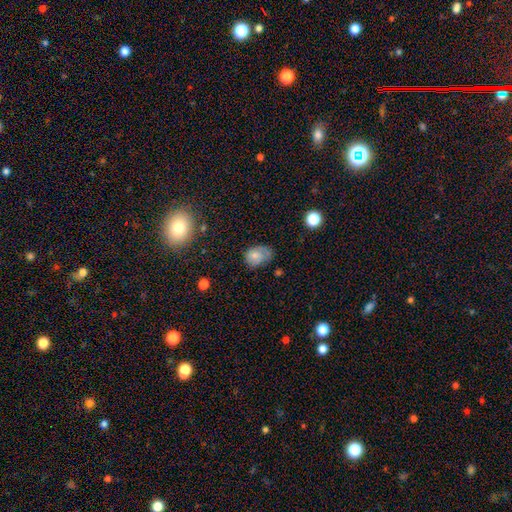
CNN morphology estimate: Overall: smooth (69%). How rounded: in between (71%). Merging: none (45%; minor disturbance 35%).